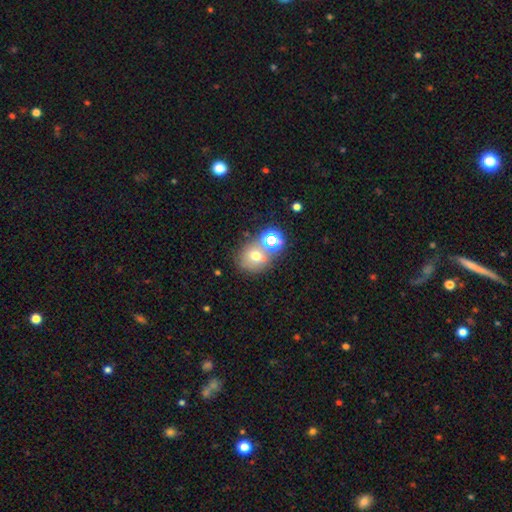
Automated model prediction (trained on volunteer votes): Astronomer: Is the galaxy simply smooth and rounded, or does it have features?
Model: smooth — 57%.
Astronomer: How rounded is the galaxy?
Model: round — 68%.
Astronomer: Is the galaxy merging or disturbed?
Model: none — 54%.